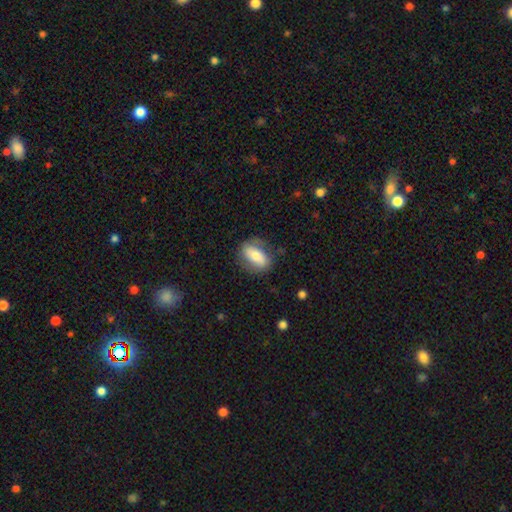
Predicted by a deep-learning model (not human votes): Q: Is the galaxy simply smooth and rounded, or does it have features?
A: smooth — 60%.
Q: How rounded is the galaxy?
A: in between — 84%.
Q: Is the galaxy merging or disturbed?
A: none — 74%.